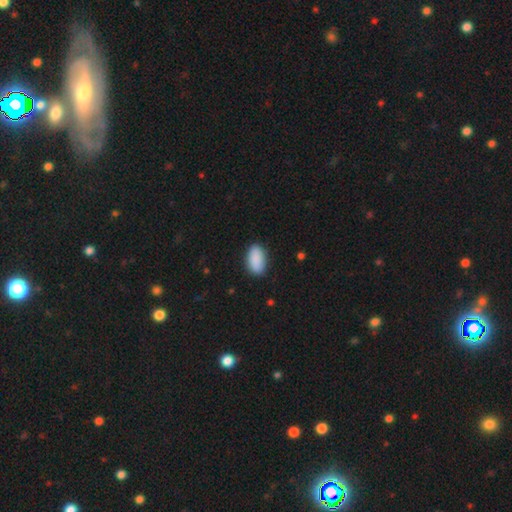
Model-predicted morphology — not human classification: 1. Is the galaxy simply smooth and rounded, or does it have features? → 90% smooth, 6% star or artifact, 4% featured or disk.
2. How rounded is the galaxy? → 94% in between, 3% round, 3% cigar-shaped.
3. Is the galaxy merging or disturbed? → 86% none, 11% minor disturbance, 2% major disturbance, 1% merger.